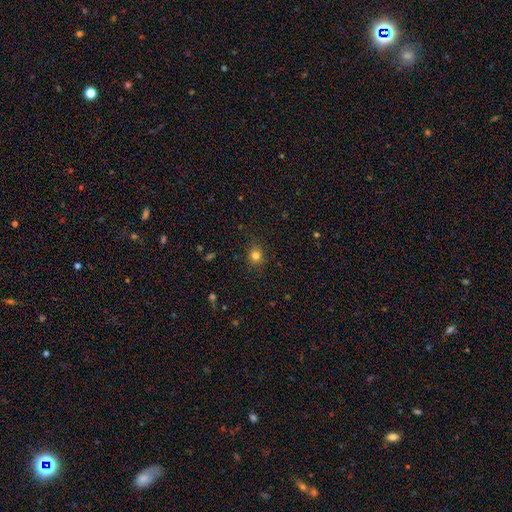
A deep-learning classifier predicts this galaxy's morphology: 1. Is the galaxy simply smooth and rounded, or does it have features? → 80% smooth, 14% star or artifact, 6% featured or disk.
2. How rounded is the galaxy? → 81% round, 18% in between, 1% cigar-shaped.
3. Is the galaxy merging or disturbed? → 88% none, 8% minor disturbance, 2% major disturbance, 1% merger.